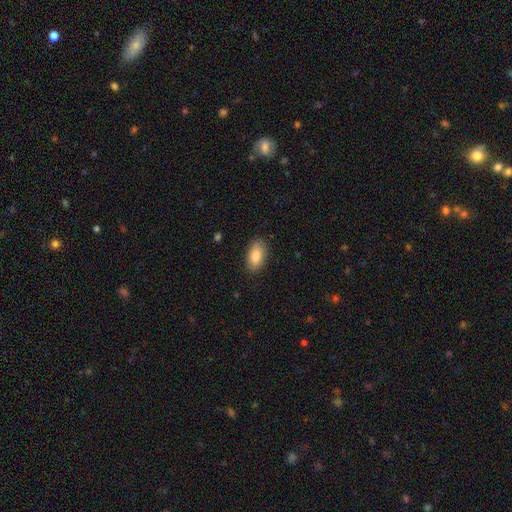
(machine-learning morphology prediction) Smooth or featured: smooth — 84% (featured or disk — 9%)
How rounded: in between — 92% (cigar-shaped — 4%)
Merging: none — 85% (minor disturbance — 11%)